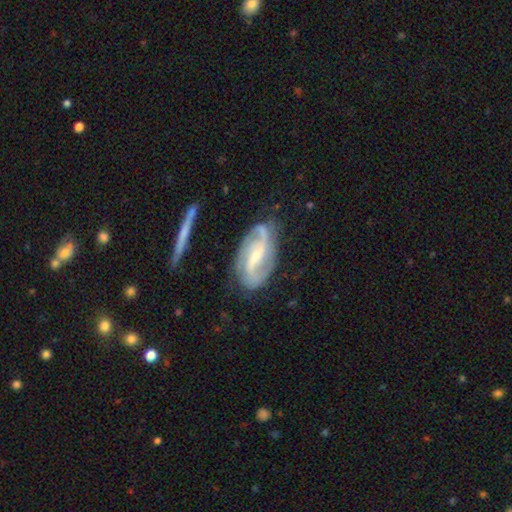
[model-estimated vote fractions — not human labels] Smooth or featured?
  - featured or disk: 86% *
  - smooth: 9%
  - star or artifact: 5%
Edge-on disk?
  - no: 95% *
  - yes: 5%
Bar?
  - weak: 46% *
  - strong: 32%
  - no: 22%
Spiral arms?
  - yes: 96% *
  - no: 4%
Spiral winding?
  - medium: 48% *
  - tight: 28%
  - loose: 24%
Spiral arm count?
  - 2: 72% *
  - 3: 12%
  - can't tell: 9%
  - 1: 3%
  - 4: 2%
  - more than 4: 2%
Bulge size?
  - small: 49% *
  - moderate: 40%
  - none: 6%
  - large: 3%
  - dominant: 1%
Merging?
  - none: 71% *
  - minor disturbance: 19%
  - major disturbance: 7%
  - merger: 3%